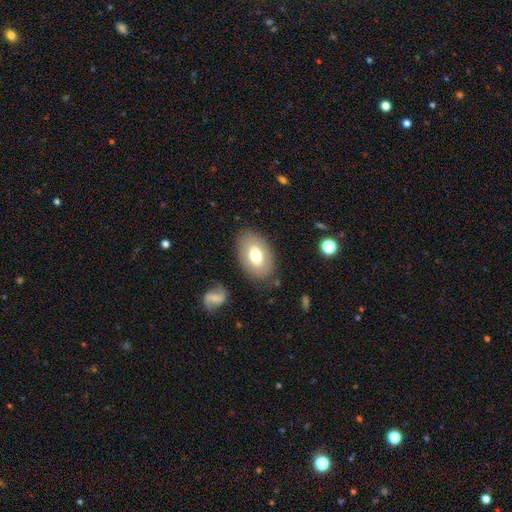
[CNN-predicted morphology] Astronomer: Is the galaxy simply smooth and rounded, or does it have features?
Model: smooth — 67%.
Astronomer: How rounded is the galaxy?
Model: in between — 88%.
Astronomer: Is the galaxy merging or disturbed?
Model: none — 82%.